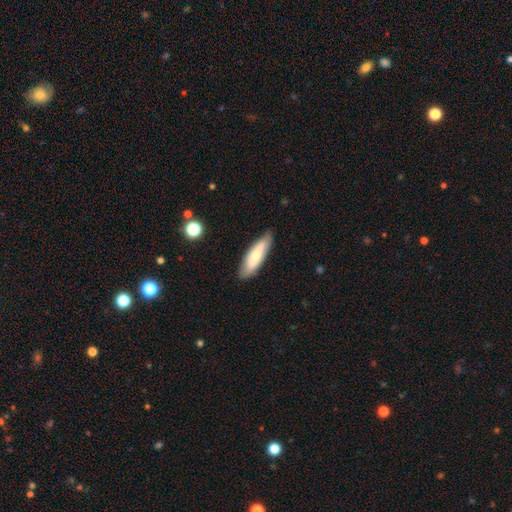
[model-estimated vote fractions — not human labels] smooth-or-featured: smooth: 68% | featured or disk: 26% | star or artifact: 6%
  how-rounded: cigar-shaped: 54% | in between: 44% | round: 2%
  merging: none: 84% | minor disturbance: 13% | major disturbance: 2% | merger: 1%